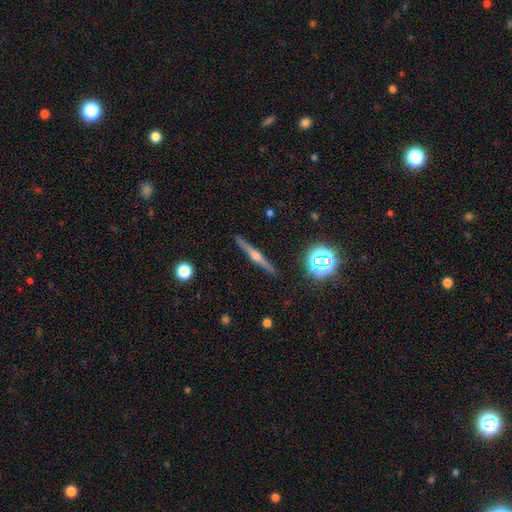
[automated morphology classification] smooth_or_featured: featured or disk (p=0.76) [alt: smooth p=0.15]
disk_edge_on: yes (p=0.98) [alt: no p=0.02]
edge_on_bulge: rounded (p=0.90) [alt: boxy p=0.05]
merging: none (p=0.92) [alt: minor disturbance p=0.06]